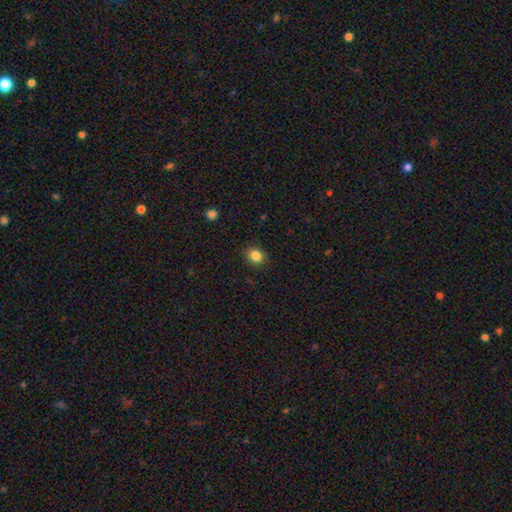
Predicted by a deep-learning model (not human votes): smooth_or_featured: smooth (p=0.85) [alt: star or artifact p=0.11]
how_rounded: round (p=0.66) [alt: in between p=0.33]
merging: none (p=0.88) [alt: minor disturbance p=0.08]